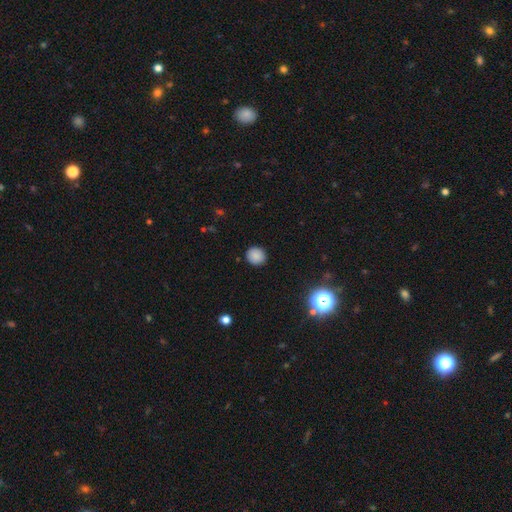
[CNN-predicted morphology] smooth 85%, star or artifact 10%, featured or disk 5%. Down the decision tree: how rounded — round (89%); merging — none (90%).